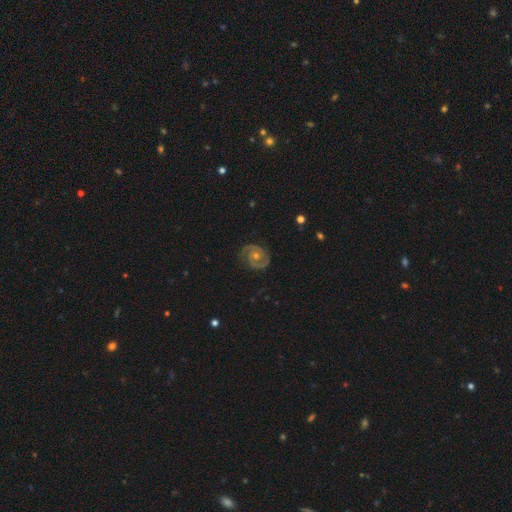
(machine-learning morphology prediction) smooth-or-featured: featured or disk: 85% | smooth: 7% | star or artifact: 7%
  disk-edge-on: no: 98% | yes: 2%
    bar: no: 68% | weak: 26% | strong: 6%
    has-spiral-arms: yes: 96% | no: 4%
      spiral-winding: tight: 55% | medium: 37% | loose: 7%
      spiral-arm-count: 2: 87% | can't tell: 5% | 1: 3% | 3: 2% | 4: 1% | more than 4: 1%
    bulge-size: moderate: 56% | small: 39% | large: 2% | none: 2% | dominant: 1%
  merging: none: 82% | minor disturbance: 13% | major disturbance: 4% | merger: 1%